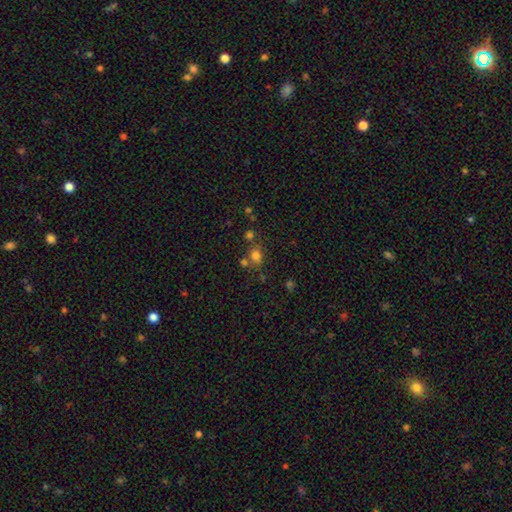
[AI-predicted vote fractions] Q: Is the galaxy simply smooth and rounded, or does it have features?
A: smooth — 74%.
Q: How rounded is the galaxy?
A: round — 62%.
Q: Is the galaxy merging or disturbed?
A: none — 64%.